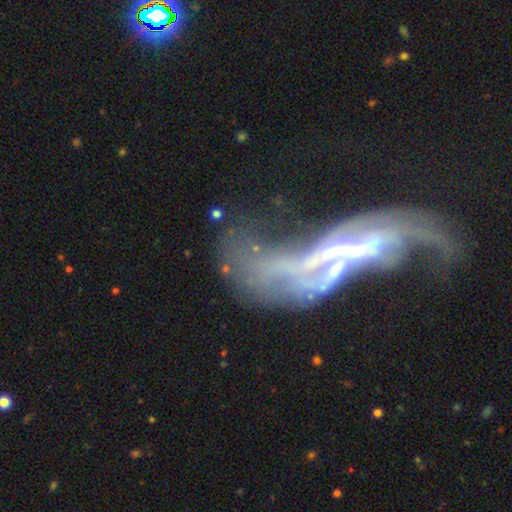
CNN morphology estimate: This appears to be a featured or disk galaxy (78%) with no bar (40%), spiral arms (66%) and a small central bulge (54%). Merging: major disturbance (39%).